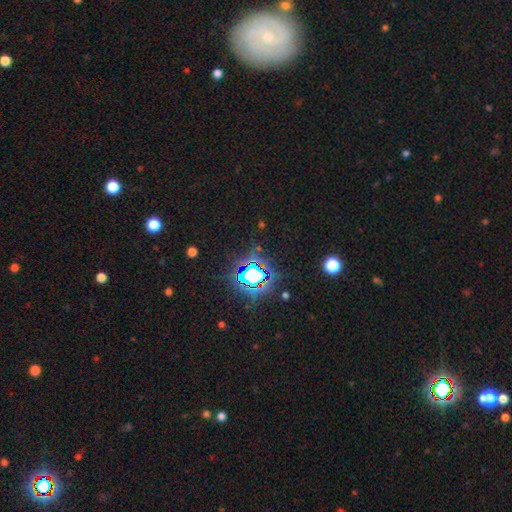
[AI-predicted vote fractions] A star or artifact, not a galaxy (83%).